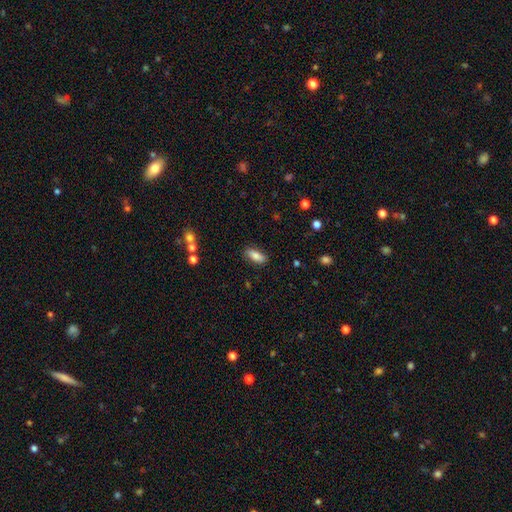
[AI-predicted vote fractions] smooth 79%, featured or disk 13%, star or artifact 7%. Down the decision tree: how rounded — in between (79%); merging — none (83%).